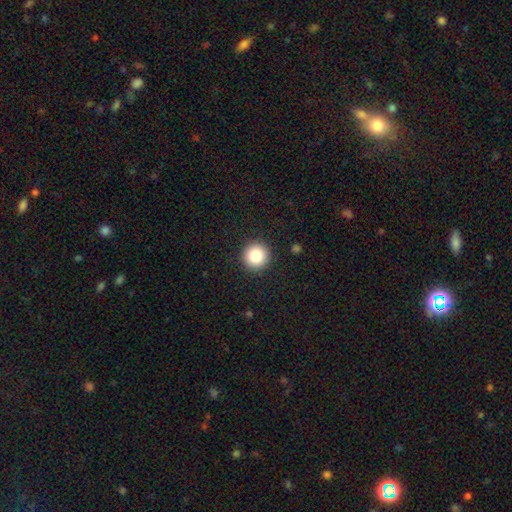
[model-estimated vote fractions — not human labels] Smooth or featured? Predicted: smooth (p=0.83). How rounded? Predicted: round (p=0.96). Merging? Predicted: none (p=0.92).